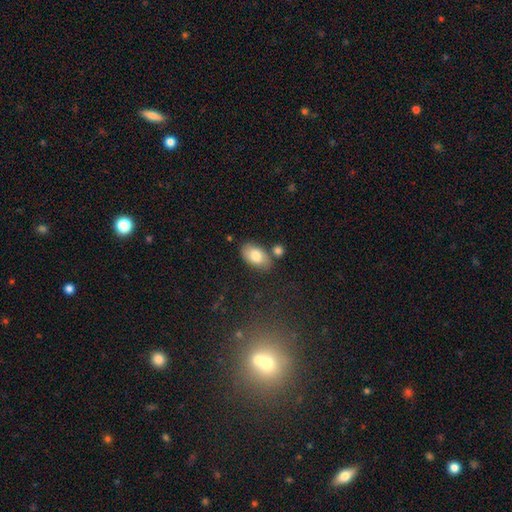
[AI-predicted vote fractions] This appears to be a smooth galaxy with no disk features (80%) that is in between round and cigar-shaped (93%). Merging: none (74%).